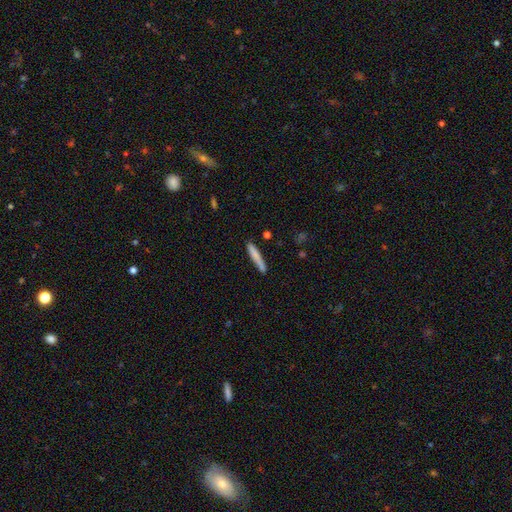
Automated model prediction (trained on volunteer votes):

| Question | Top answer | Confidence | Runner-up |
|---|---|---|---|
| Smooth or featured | smooth | 77% | featured or disk (17%) |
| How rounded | cigar-shaped | 93% | in between (5%) |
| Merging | none | 79% | minor disturbance (15%) |